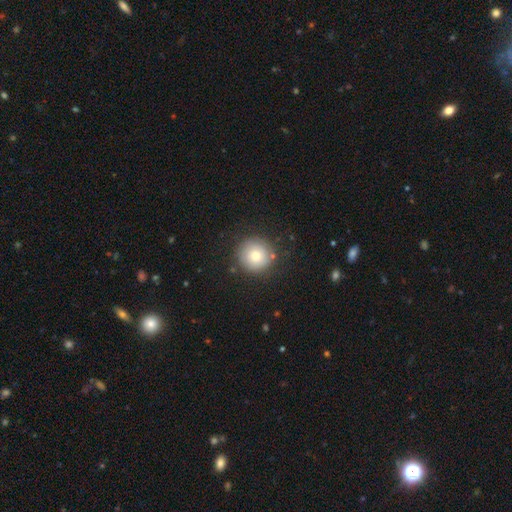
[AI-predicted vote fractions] Q: Smooth or featured?
A: smooth (73%); runner-up: featured or disk (16%)
Q: How rounded?
A: round (94%); runner-up: in between (5%)
Q: Merging?
A: none (84%); runner-up: minor disturbance (10%)